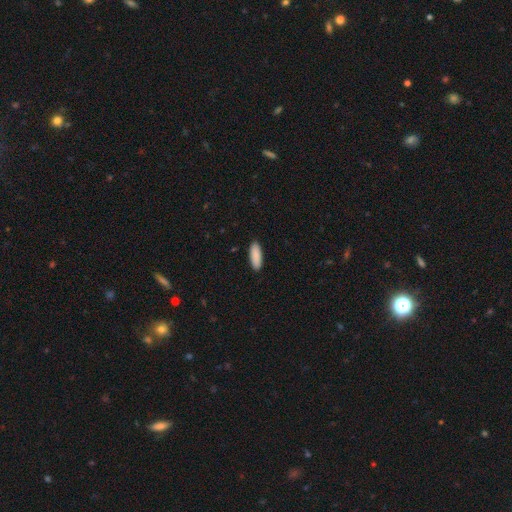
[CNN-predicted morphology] Overall: smooth (90%). How rounded: in between (63%; cigar-shaped 35%). Merging: none (90%).